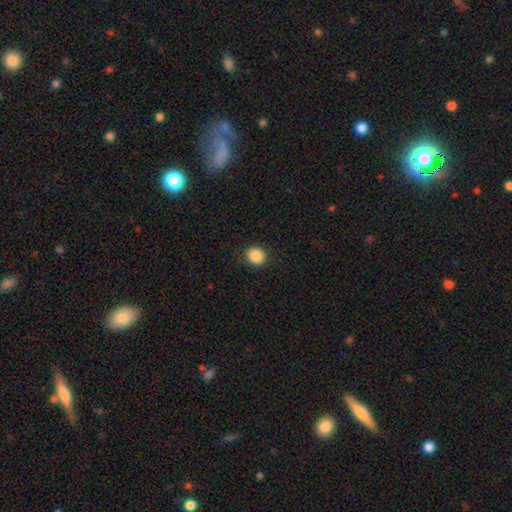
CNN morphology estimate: Q: Smooth or featured?
A: smooth (87%); runner-up: star or artifact (9%)
Q: How rounded?
A: round (89%); runner-up: in between (10%)
Q: Merging?
A: none (89%); runner-up: minor disturbance (8%)